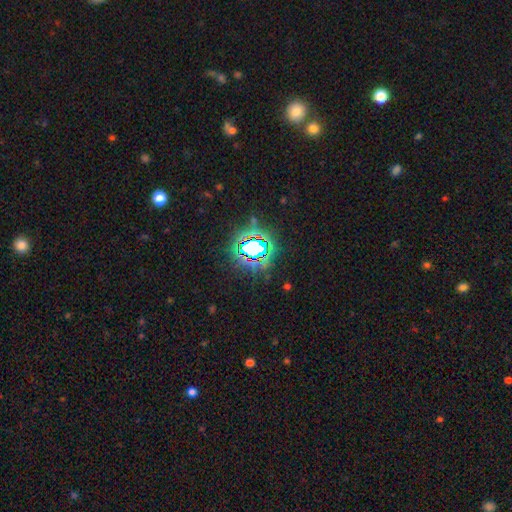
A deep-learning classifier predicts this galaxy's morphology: star or artifact 75%, smooth 15%, featured or disk 10%.